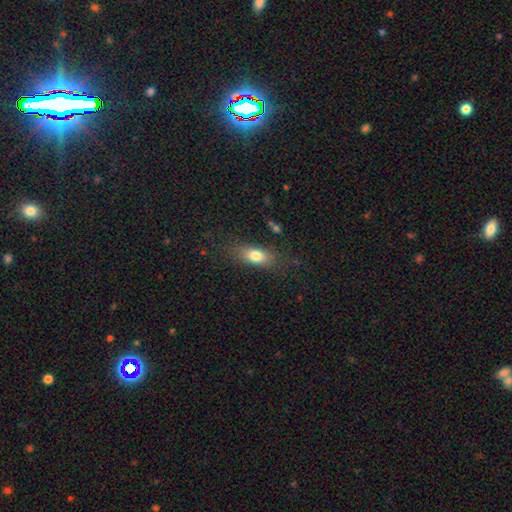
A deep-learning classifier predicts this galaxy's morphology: Smooth or featured? smooth (78%)
How rounded? in between (78%)
Merging? none (75%)